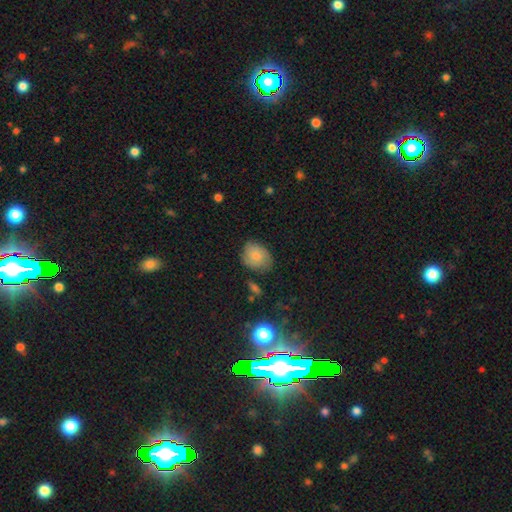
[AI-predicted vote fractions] A smooth galaxy with no disk features (73%) that is round (51%). Merging: none (65%).